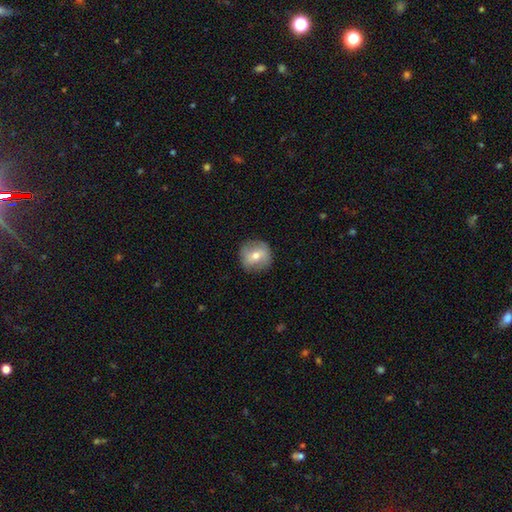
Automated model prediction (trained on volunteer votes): A smooth galaxy with no disk features (56%) that is round (91%). Merging: none (85%).